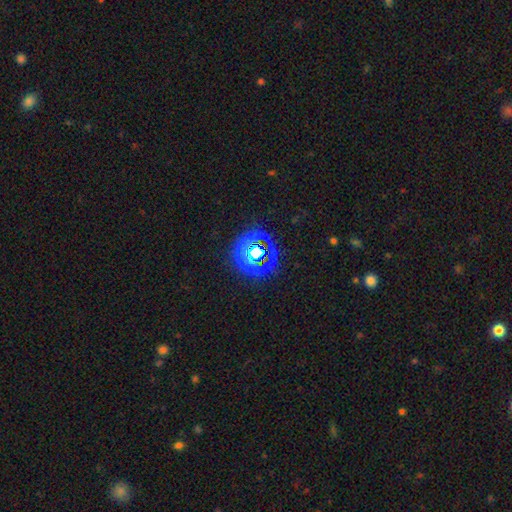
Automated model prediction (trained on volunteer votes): This is likely a star or artifact rather than a galaxy (71%).